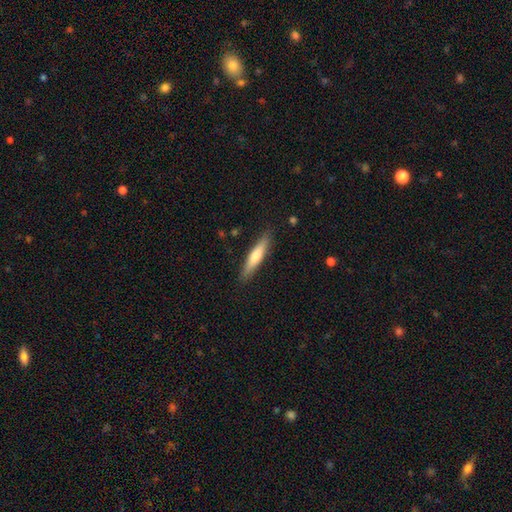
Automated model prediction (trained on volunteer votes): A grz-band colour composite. It shows a smooth galaxy with no disk features (63%) that is cigar-shaped (86%). Merging: none (87%).